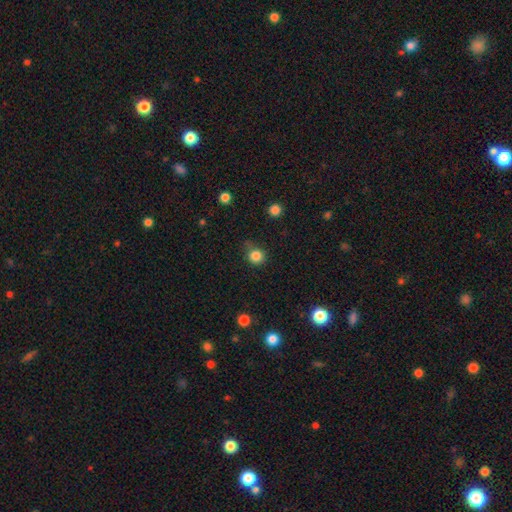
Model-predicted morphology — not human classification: Smooth or featured? Predicted: smooth (p=0.83). How rounded? Predicted: round (p=0.90). Merging? Predicted: none (p=0.72).